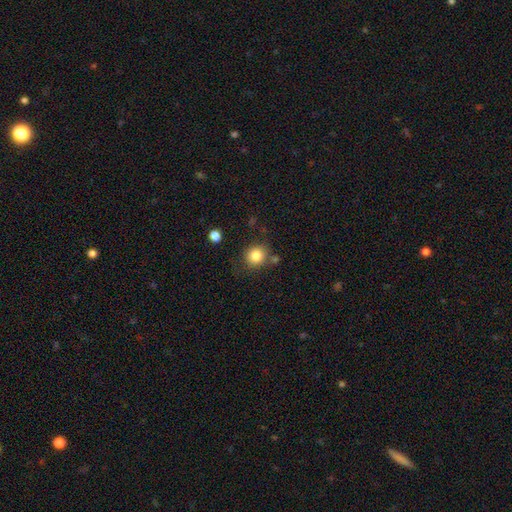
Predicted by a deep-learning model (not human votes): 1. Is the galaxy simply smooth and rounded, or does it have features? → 83% smooth, 10% star or artifact, 6% featured or disk.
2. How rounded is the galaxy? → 82% round, 17% in between, 1% cigar-shaped.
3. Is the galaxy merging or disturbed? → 76% none, 13% minor disturbance, 7% merger, 4% major disturbance.